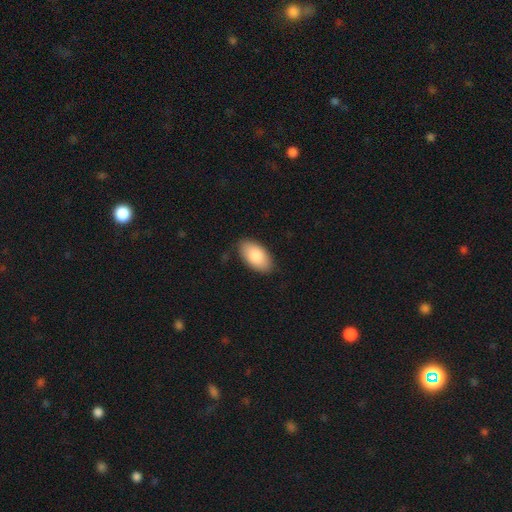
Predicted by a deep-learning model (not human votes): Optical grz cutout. It shows a smooth galaxy with no disk features (85%) that is in between round and cigar-shaped (95%). Merging: none (84%).